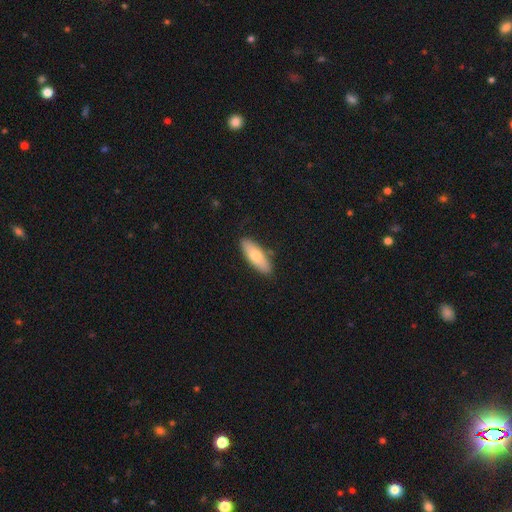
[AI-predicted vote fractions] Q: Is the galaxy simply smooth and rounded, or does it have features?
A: smooth — 71%.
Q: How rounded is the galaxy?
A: in between — 62%.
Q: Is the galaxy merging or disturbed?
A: none — 86%.